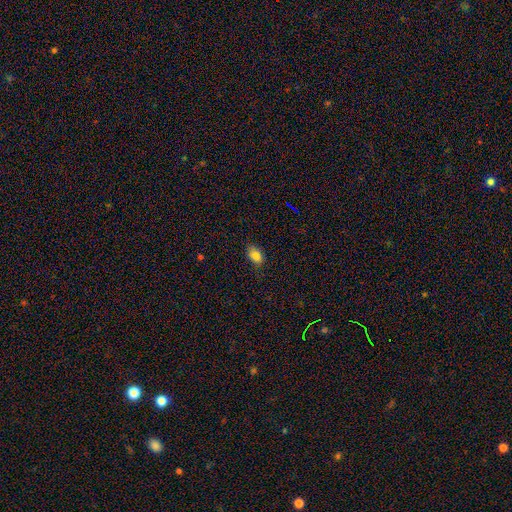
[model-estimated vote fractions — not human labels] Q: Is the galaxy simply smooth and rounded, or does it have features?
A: smooth — 82%.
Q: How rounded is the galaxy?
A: in between — 79%.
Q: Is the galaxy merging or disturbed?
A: none — 71%.